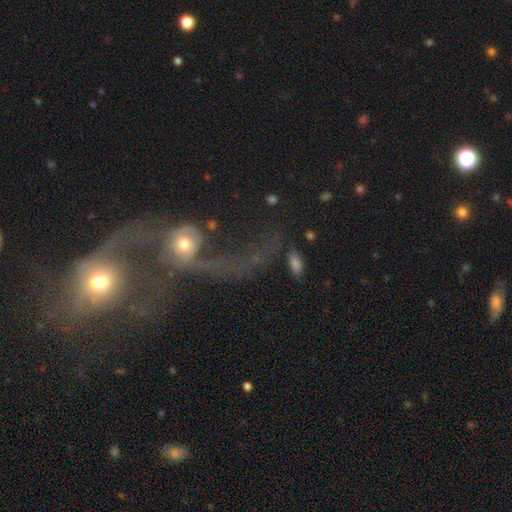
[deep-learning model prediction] smooth_or_featured: featured or disk (p=0.64) [alt: smooth p=0.22]
disk_edge_on: no (p=0.95) [alt: yes p=0.05]
bar: no (p=0.63) [alt: weak p=0.28]
has_spiral_arms: yes (p=0.74) [alt: no p=0.26]
bulge_size: moderate (p=0.49) [alt: small p=0.30]
merging: merger (p=0.78) [alt: major disturbance p=0.10]